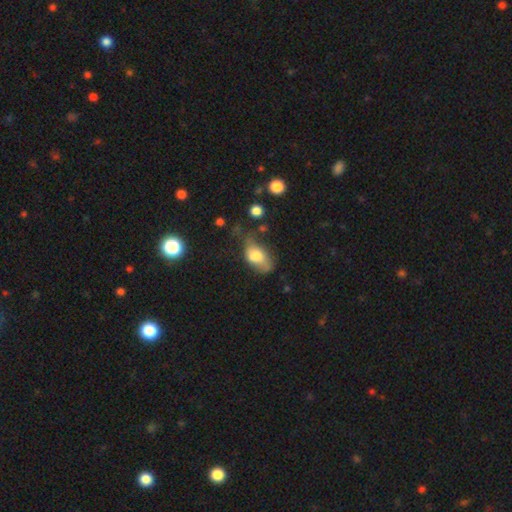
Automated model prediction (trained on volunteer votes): Smooth or featured?
  - smooth: 70% *
  - featured or disk: 21%
  - star or artifact: 9%
How rounded?
  - in between: 87% *
  - round: 10%
  - cigar-shaped: 3%
Merging?
  - minor disturbance: 35% *
  - none: 32%
  - major disturbance: 26%
  - merger: 6%